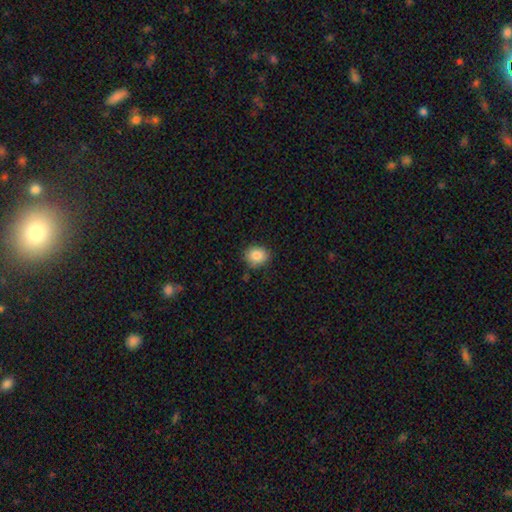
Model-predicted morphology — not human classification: type=smooth (87%); roundness=round (65%); merging=none (82%).